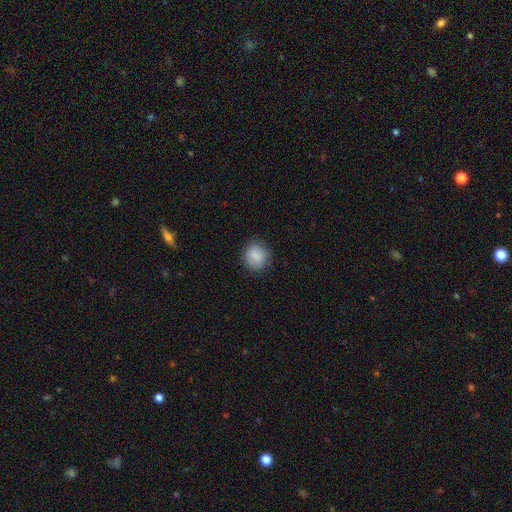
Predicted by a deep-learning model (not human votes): Smooth or featured?
  - smooth: 87% *
  - star or artifact: 8%
  - featured or disk: 5%
How rounded?
  - round: 79% *
  - in between: 20%
  - cigar-shaped: 1%
Merging?
  - none: 84% *
  - minor disturbance: 12%
  - major disturbance: 3%
  - merger: 1%